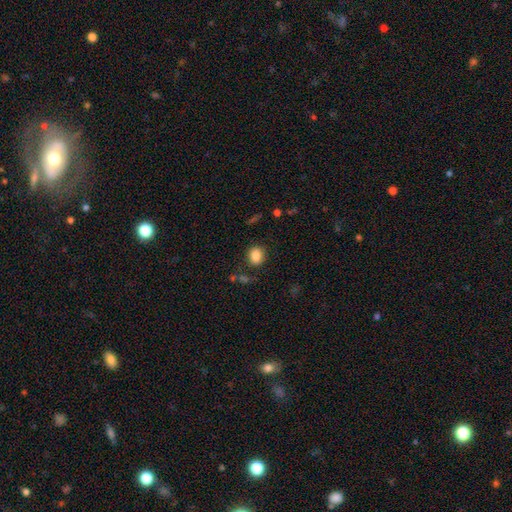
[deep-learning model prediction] Smooth or featured?
  - smooth: 87% *
  - star or artifact: 9%
  - featured or disk: 4%
How rounded?
  - round: 57% *
  - in between: 42%
  - cigar-shaped: 1%
Merging?
  - none: 83% *
  - minor disturbance: 11%
  - major disturbance: 4%
  - merger: 3%